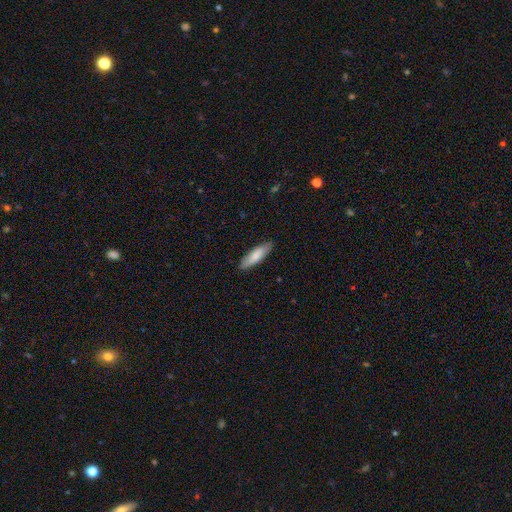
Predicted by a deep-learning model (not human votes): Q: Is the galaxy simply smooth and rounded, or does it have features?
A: smooth — 81%.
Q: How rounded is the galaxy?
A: cigar-shaped — 62%.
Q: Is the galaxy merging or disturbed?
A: none — 88%.